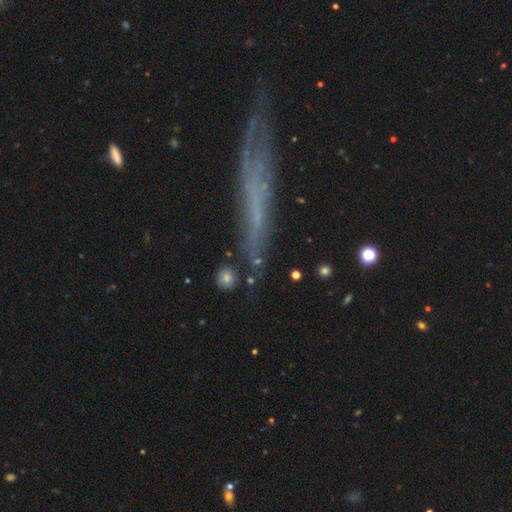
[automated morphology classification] featured or disk 50%, smooth 36%, star or artifact 14%. Down the decision tree: merging — none (69%).